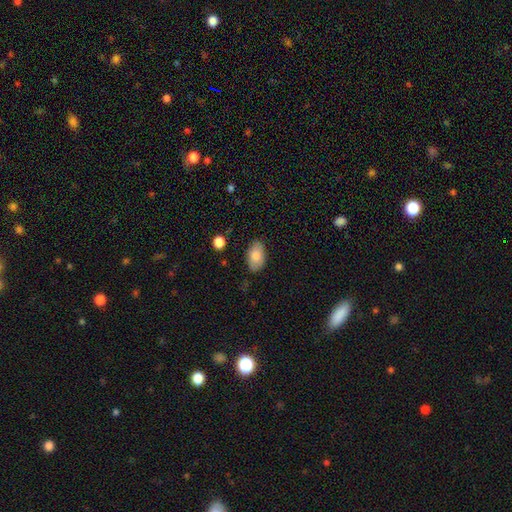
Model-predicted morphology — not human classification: Q: Smooth or featured?
A: smooth (83%); runner-up: featured or disk (10%)
Q: How rounded?
A: in between (93%); runner-up: round (6%)
Q: Merging?
A: none (82%); runner-up: minor disturbance (13%)